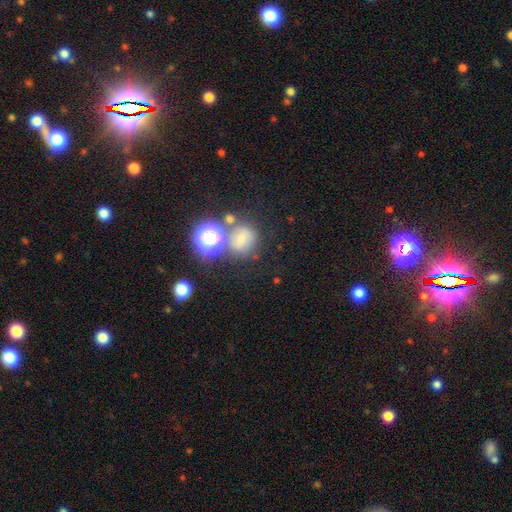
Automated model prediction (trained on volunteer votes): Q: Smooth or featured?
A: star or artifact (64%); runner-up: smooth (28%)